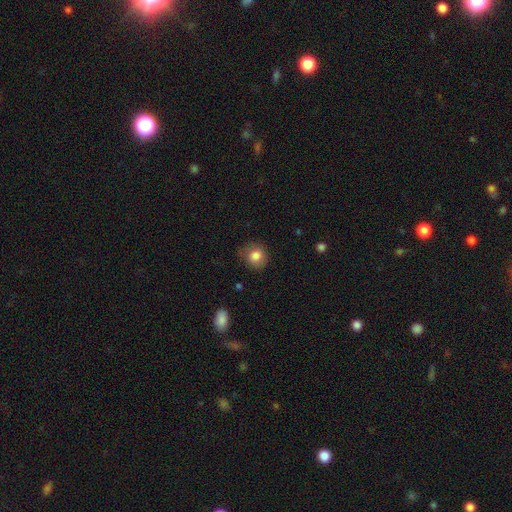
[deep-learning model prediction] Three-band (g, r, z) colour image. It shows a smooth galaxy with no disk features (82%) that is round (81%). Merging: none (77%).